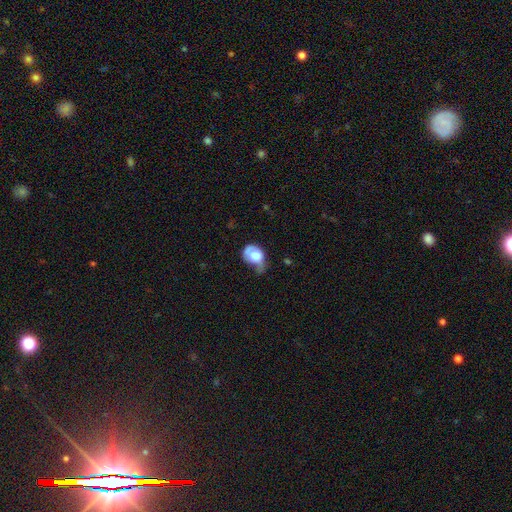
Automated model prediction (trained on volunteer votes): Smooth or featured?
  - smooth: 55% *
  - featured or disk: 37%
  - star or artifact: 8%
How rounded?
  - in between: 55% *
  - round: 44%
  - cigar-shaped: 1%
Merging?
  - major disturbance: 45% *
  - minor disturbance: 31%
  - none: 18%
  - merger: 6%